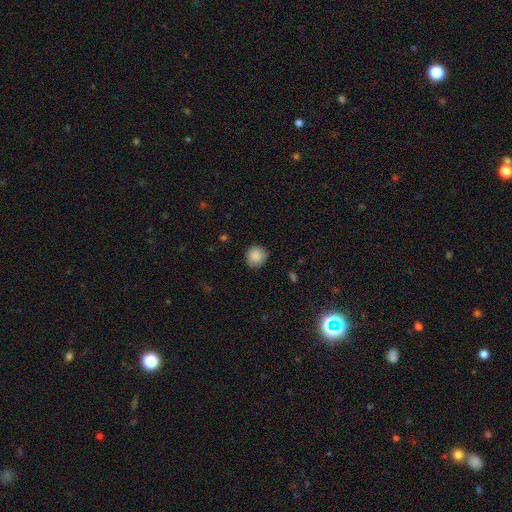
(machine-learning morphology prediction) smooth_or_featured: smooth (p=0.88) [alt: star or artifact p=0.08]
how_rounded: round (p=0.90) [alt: in between p=0.09]
merging: none (p=0.83) [alt: minor disturbance p=0.14]